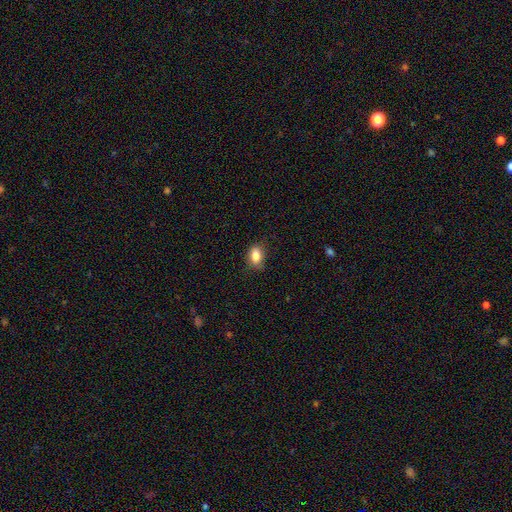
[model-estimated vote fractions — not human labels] A smooth galaxy with no disk features (85%) that is in between round and cigar-shaped (84%). Merging: none (77%).